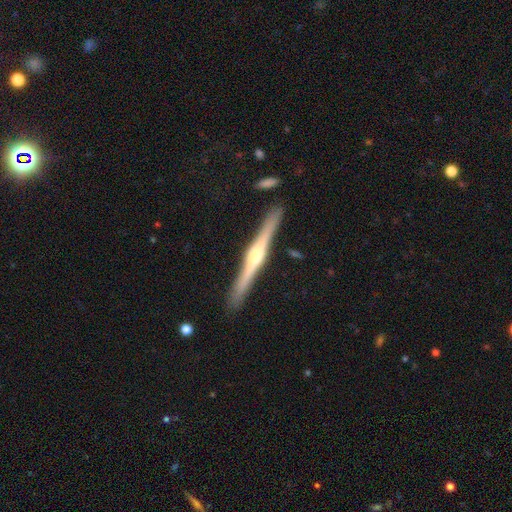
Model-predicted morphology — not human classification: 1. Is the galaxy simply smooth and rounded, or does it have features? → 78% featured or disk, 17% smooth, 5% star or artifact.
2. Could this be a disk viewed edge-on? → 98% yes, 2% no.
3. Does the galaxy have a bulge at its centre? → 80% rounded, 14% boxy, 6% none.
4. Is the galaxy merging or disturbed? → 90% none, 7% minor disturbance, 2% merger, 1% major disturbance.